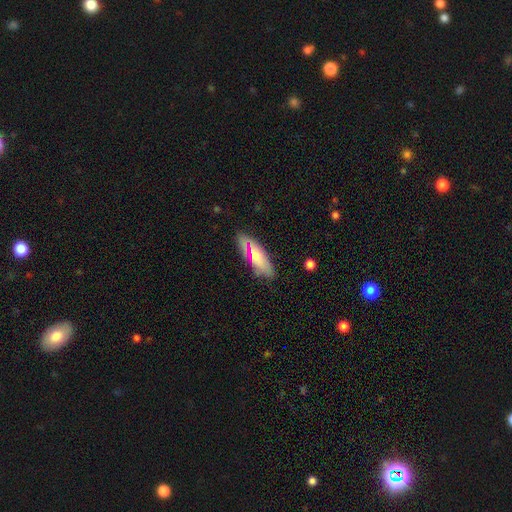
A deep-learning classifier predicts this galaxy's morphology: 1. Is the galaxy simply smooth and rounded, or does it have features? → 60% smooth, 32% featured or disk, 8% star or artifact.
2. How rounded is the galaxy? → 64% in between, 33% cigar-shaped, 3% round.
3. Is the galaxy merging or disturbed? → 74% none, 18% minor disturbance, 5% major disturbance, 4% merger.